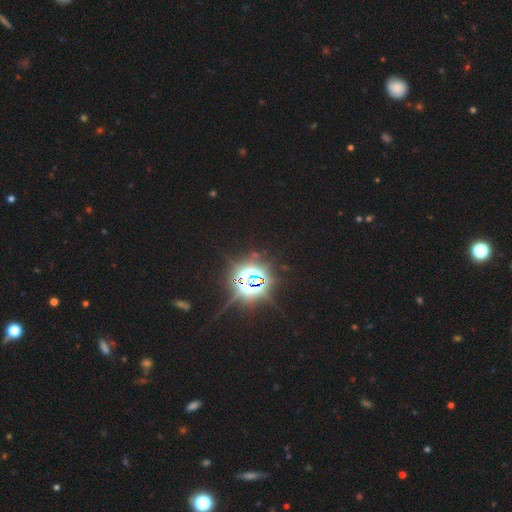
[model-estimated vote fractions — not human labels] Smooth or featured: star or artifact — 85% (smooth — 10%)